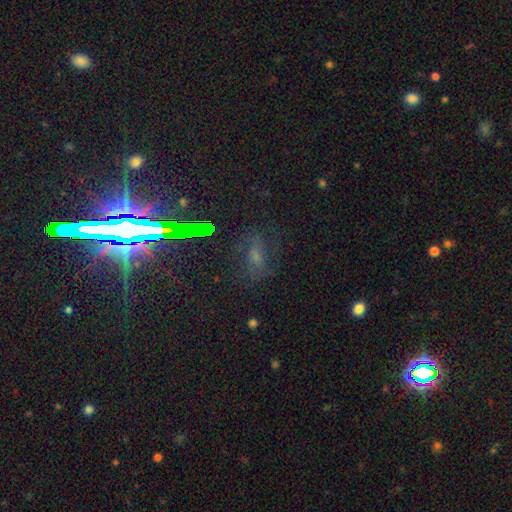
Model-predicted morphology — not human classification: The model was most divided on "smooth or featured": star or artifact: 44%, featured or disk: 31%, smooth: 25%.